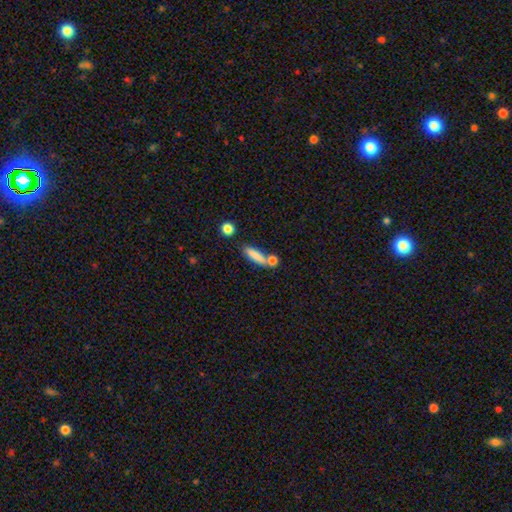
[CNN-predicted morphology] This is clearly a smooth galaxy (81%). How rounded: likely cigar-shaped (67%). Merging: likely none (64%).